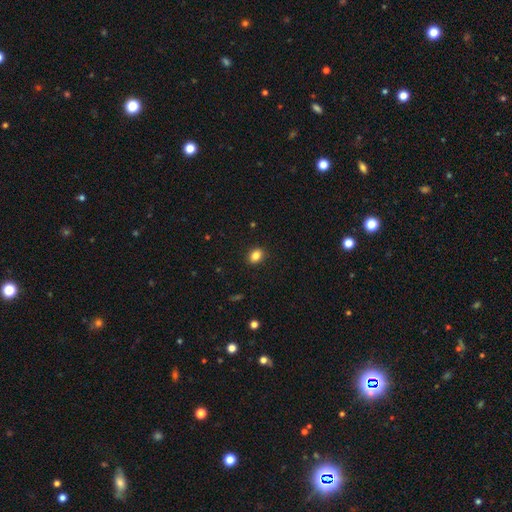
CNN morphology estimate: A smooth galaxy with no disk features (85%) that is in between round and cigar-shaped (67%). Merging: none (89%).